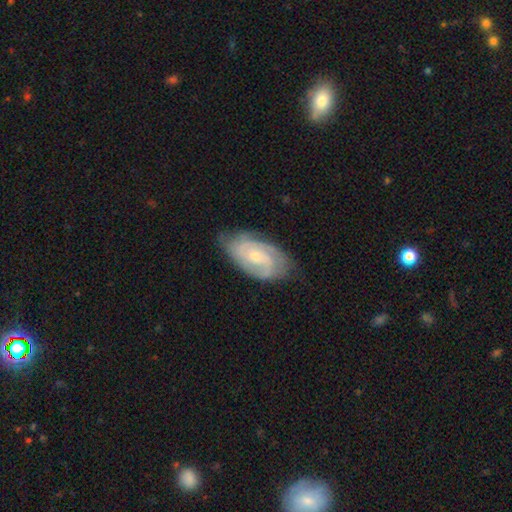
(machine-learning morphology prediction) Smooth or featured? featured or disk (78%)
Edge-on disk? no (96%)
Bar? no (64%)
Spiral arms? yes (93%)
Spiral winding? tight (57%)
Spiral arm count? 2 (46%)
Bulge size? small (66%)
Merging? none (71%)